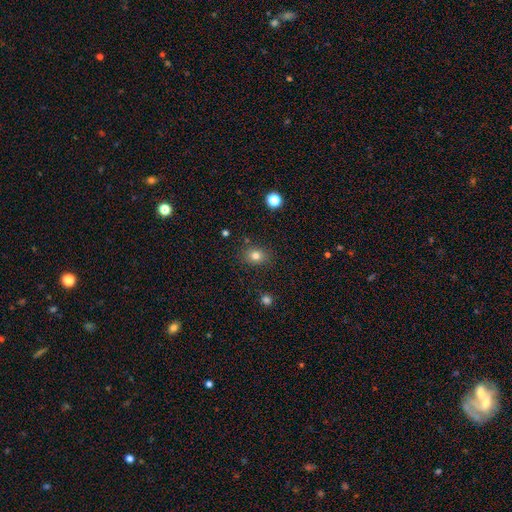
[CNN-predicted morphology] Smooth or featured?
  - smooth: 80% *
  - star or artifact: 13%
  - featured or disk: 7%
How rounded?
  - round: 55% *
  - in between: 44%
  - cigar-shaped: 1%
Merging?
  - none: 84% *
  - minor disturbance: 11%
  - major disturbance: 3%
  - merger: 2%